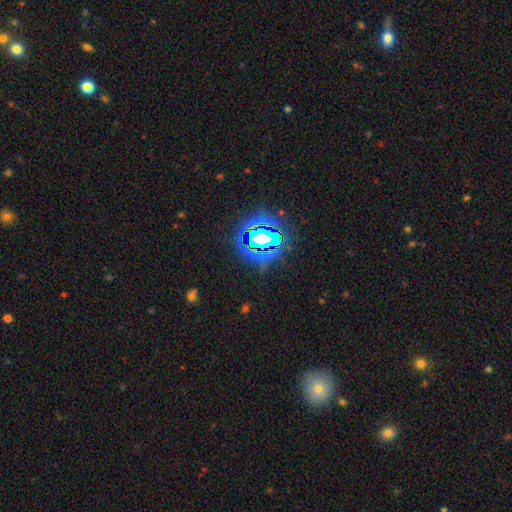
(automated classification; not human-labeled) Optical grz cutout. It shows a star or artifact, not a galaxy (79%).